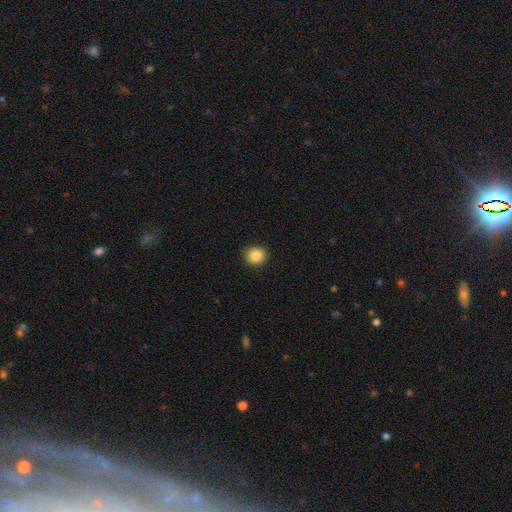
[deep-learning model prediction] Overall: smooth (88%). How rounded: round (74%). Merging: none (87%).